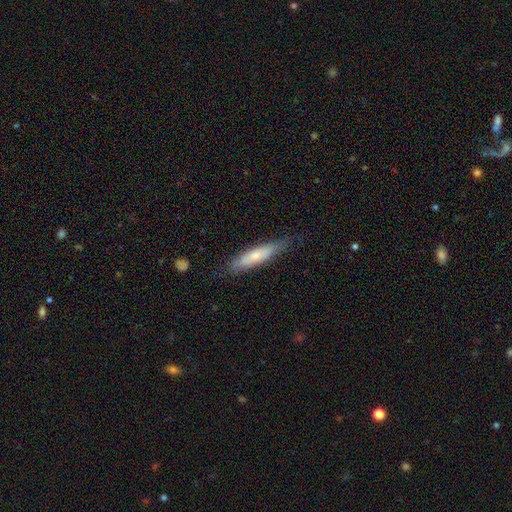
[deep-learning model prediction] smooth_or_featured: smooth (p=0.63) [alt: featured or disk p=0.31]
how_rounded: cigar-shaped (p=0.78) [alt: in between p=0.20]
merging: none (p=0.76) [alt: minor disturbance p=0.19]